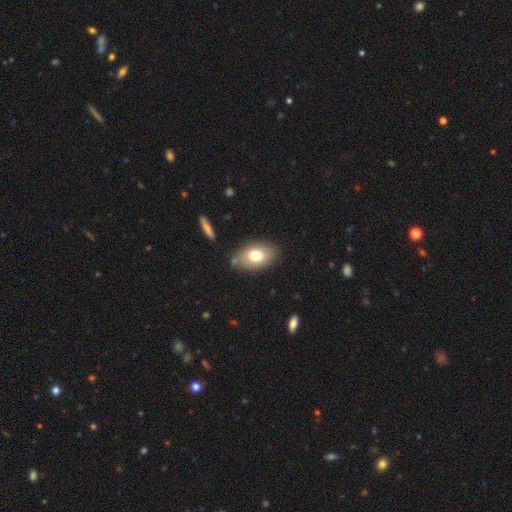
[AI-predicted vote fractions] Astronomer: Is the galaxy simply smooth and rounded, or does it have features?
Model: smooth — 74%.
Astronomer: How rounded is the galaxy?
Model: in between — 86%.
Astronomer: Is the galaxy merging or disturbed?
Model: none — 80%.